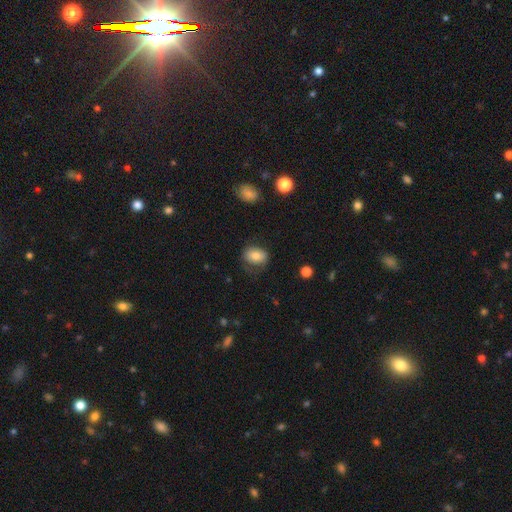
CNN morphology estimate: The model was most divided on "how rounded": in between: 66%, round: 33%, cigar-shaped: 1%. More confident: smooth or featured — smooth (76%); merging — none (61%).